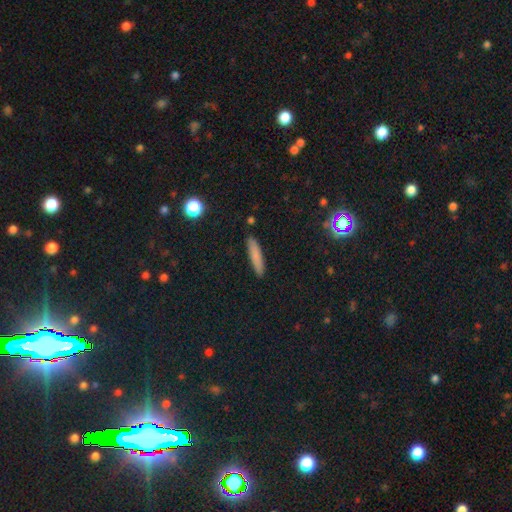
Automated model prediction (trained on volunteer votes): smooth_or_featured: smooth (p=0.78) [alt: featured or disk p=0.12]
how_rounded: cigar-shaped (p=0.88) [alt: in between p=0.11]
merging: none (p=0.89) [alt: minor disturbance p=0.08]